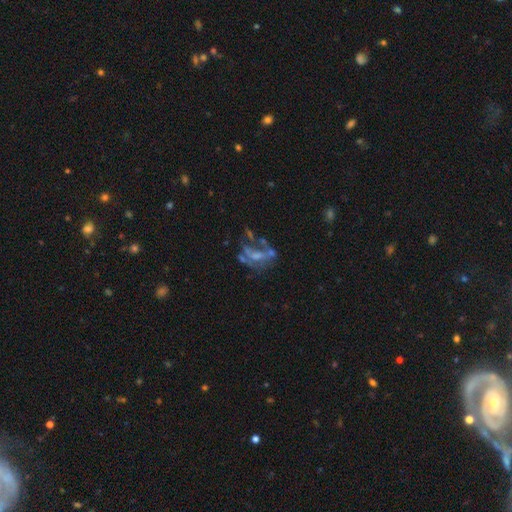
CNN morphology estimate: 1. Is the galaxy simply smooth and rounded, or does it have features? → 62% featured or disk, 22% smooth, 16% star or artifact.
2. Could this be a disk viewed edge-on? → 96% no, 4% yes.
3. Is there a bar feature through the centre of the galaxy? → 69% no, 21% weak, 10% strong.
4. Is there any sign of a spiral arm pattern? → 77% no, 23% yes.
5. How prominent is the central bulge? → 49% none, 24% small, 22% moderate, 4% large, 1% dominant.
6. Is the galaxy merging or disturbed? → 37% major disturbance, 28% none, 20% merger, 14% minor disturbance.